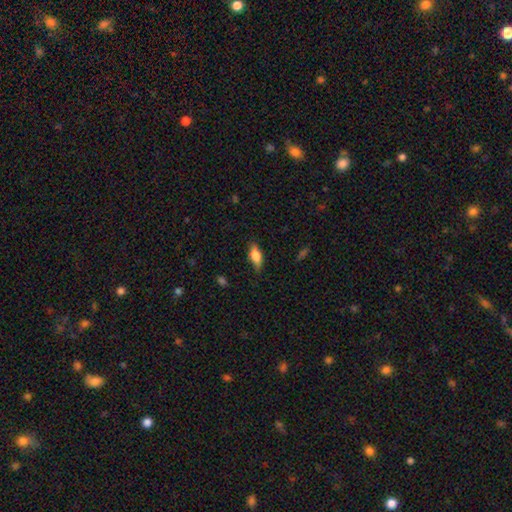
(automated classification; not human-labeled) Overall: smooth (69%). How rounded: in between (75%). Merging: none (76%).